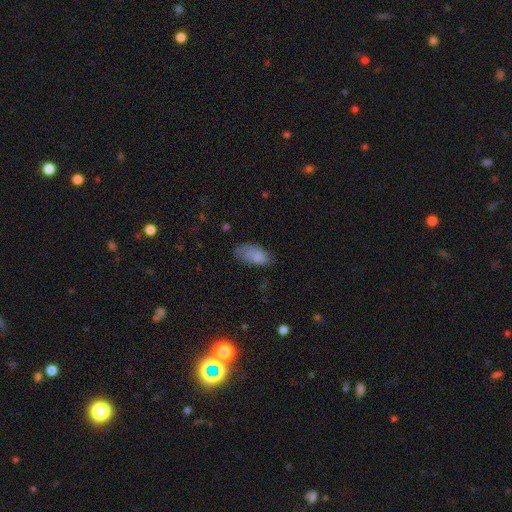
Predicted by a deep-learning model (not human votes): Smooth or featured?
  - smooth: 78% *
  - featured or disk: 14%
  - star or artifact: 8%
How rounded?
  - in between: 92% *
  - cigar-shaped: 5%
  - round: 3%
Merging?
  - none: 55% *
  - minor disturbance: 31%
  - major disturbance: 12%
  - merger: 2%